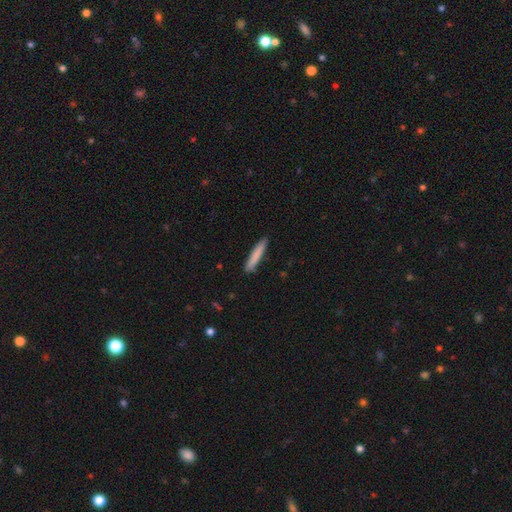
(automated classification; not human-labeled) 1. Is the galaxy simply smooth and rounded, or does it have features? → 82% smooth, 13% featured or disk, 6% star or artifact.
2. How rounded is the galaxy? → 93% cigar-shaped, 6% in between, 1% round.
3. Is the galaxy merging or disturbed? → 87% none, 10% minor disturbance, 2% major disturbance, 1% merger.